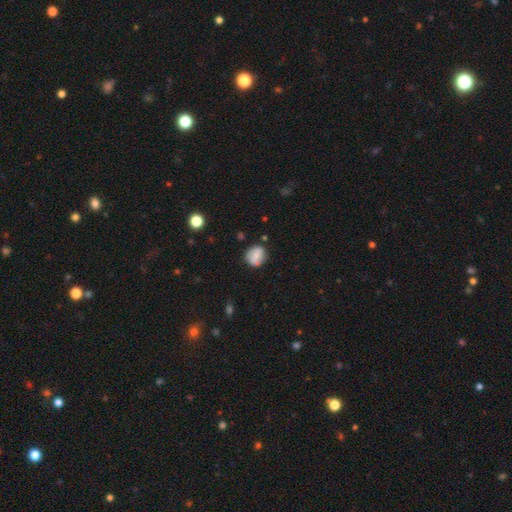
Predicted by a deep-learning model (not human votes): Overall: smooth (58%; featured or disk 33%). How rounded: round (77%). Merging: none (75%).